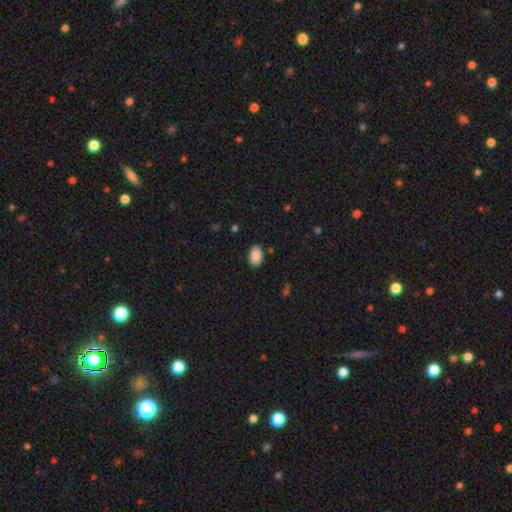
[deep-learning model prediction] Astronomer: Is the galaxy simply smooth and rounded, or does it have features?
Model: smooth — 89%.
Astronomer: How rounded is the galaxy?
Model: in between — 92%.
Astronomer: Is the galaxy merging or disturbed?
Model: none — 87%.